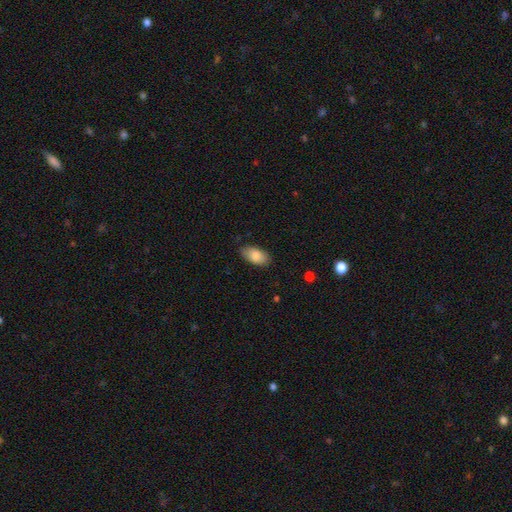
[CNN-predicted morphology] Smooth or featured? Predicted: smooth (p=0.85). How rounded? Predicted: in between (p=0.94). Merging? Predicted: none (p=0.80).